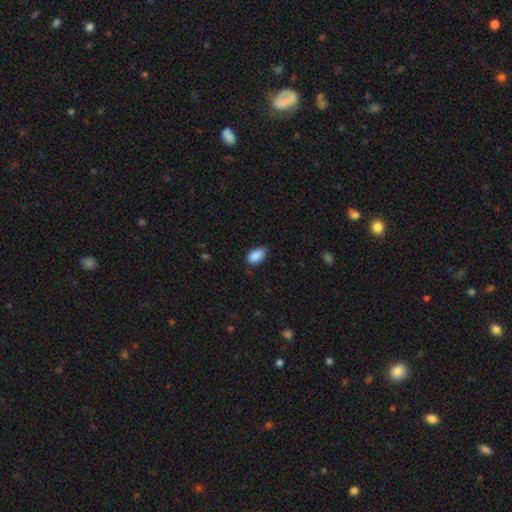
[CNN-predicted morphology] The model was most divided on "merging": none: 74%, minor disturbance: 22%, major disturbance: 3%, merger: 1%. More confident: how rounded — in between (93%); smooth or featured — smooth (90%).